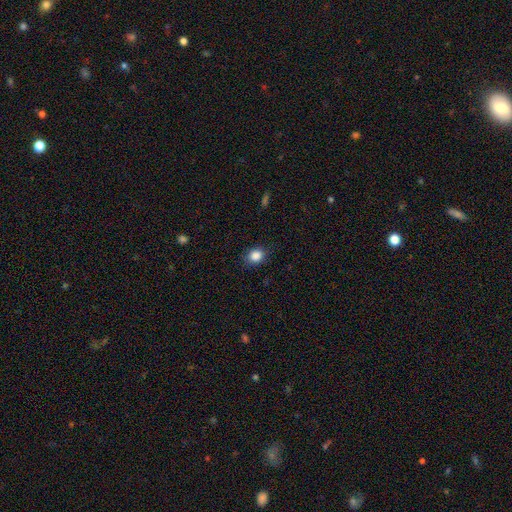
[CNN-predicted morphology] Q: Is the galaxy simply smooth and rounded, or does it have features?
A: smooth — 86%.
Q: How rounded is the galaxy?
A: round — 54%.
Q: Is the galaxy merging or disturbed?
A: none — 81%.